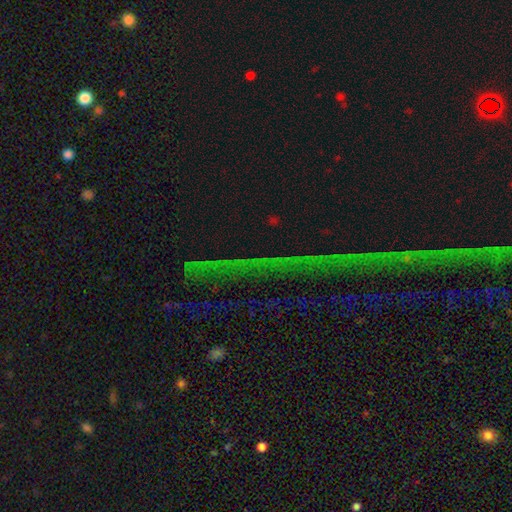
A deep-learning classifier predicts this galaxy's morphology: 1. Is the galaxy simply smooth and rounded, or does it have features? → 80% star or artifact, 11% featured or disk, 9% smooth.